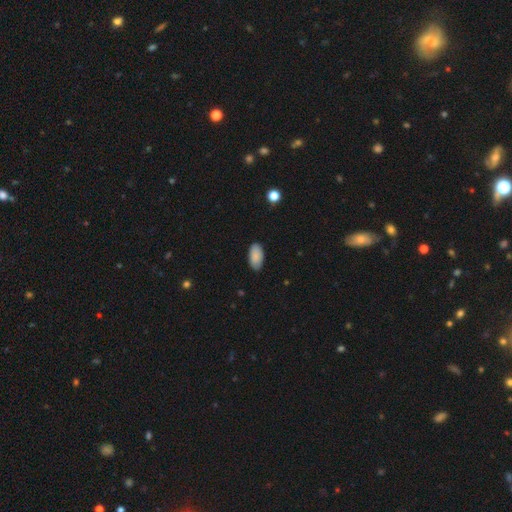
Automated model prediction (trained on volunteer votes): smooth 88%, star or artifact 7%, featured or disk 5%. Down the decision tree: how rounded — in between (95%); merging — none (85%).